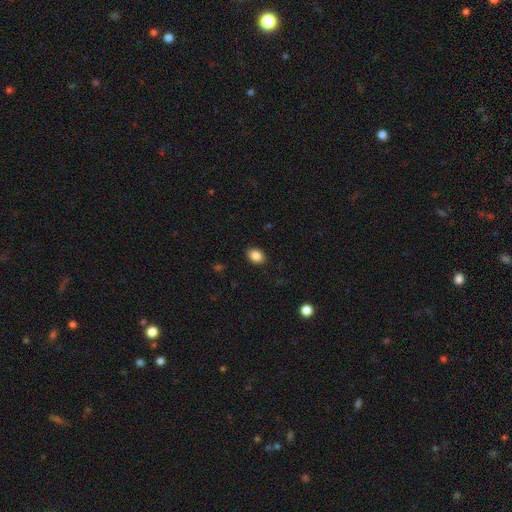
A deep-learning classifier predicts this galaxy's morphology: type=smooth (86%); roundness=in between (69%); merging=none (89%).